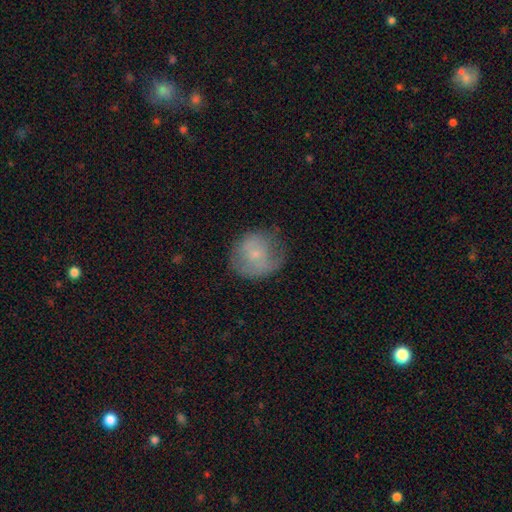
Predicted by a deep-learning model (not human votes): Smooth or featured? Predicted: smooth (p=0.56). How rounded? Predicted: round (p=0.79). Merging? Predicted: none (p=0.51).